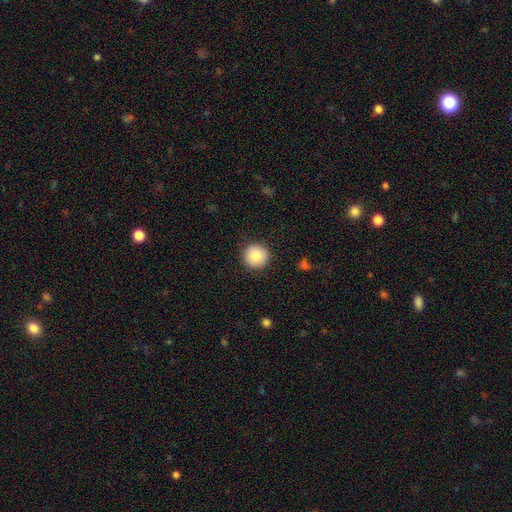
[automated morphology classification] This appears to be a smooth galaxy with no disk features (88%) that is round (96%). Merging: none (91%).